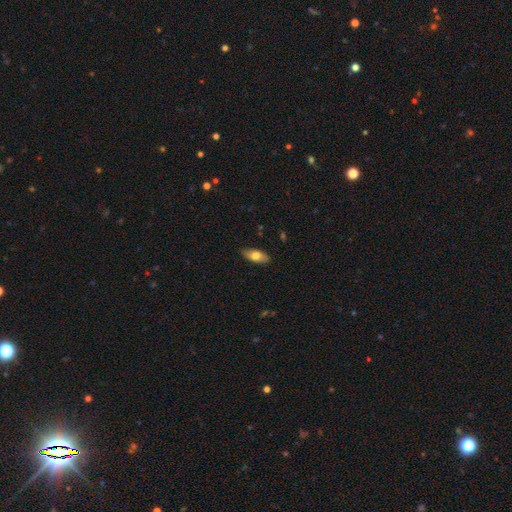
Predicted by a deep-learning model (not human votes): Smooth or featured: smooth — 75% (featured or disk — 19%)
How rounded: in between — 86% (cigar-shaped — 12%)
Merging: none — 87% (minor disturbance — 10%)